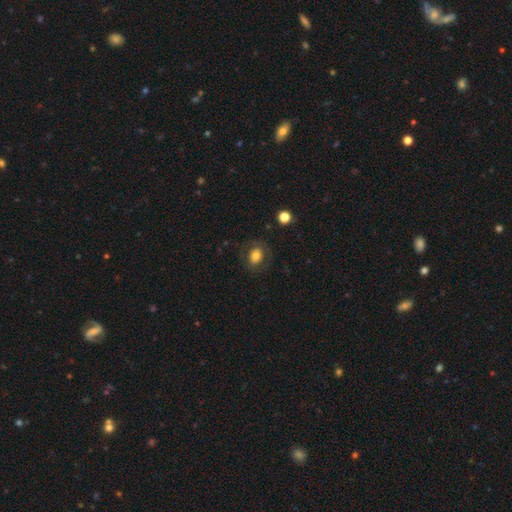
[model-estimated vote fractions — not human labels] Overall: smooth (70%). How rounded: in between (52%; round 47%). Merging: none (76%).